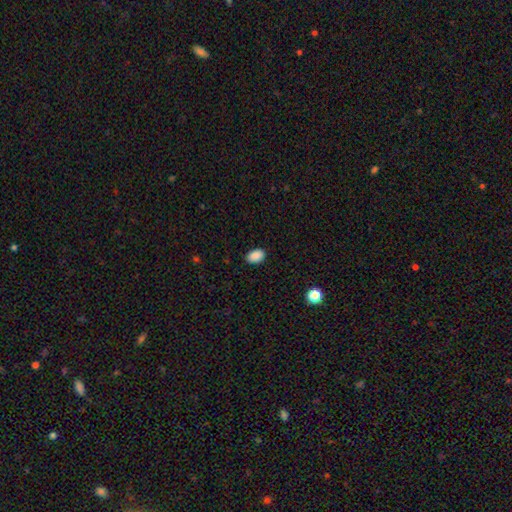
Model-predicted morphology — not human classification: This appears to be a smooth galaxy with no disk features (88%) that is in between round and cigar-shaped (86%). Merging: none (87%).